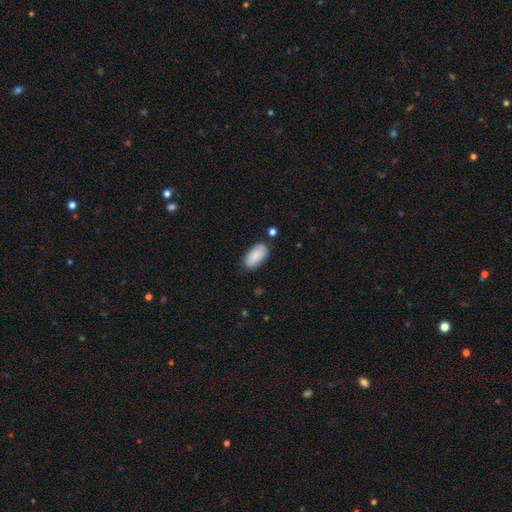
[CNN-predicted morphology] A smooth galaxy with no disk features (84%) that is in between round and cigar-shaped (94%).

Vote fractions:
- Smooth or featured? smooth: 84% / featured or disk: 9% / star or artifact: 6%
- How rounded? in between: 94% / cigar-shaped: 4% / round: 3%
- Merging? none: 74% / minor disturbance: 19% / major disturbance: 4% / merger: 3%